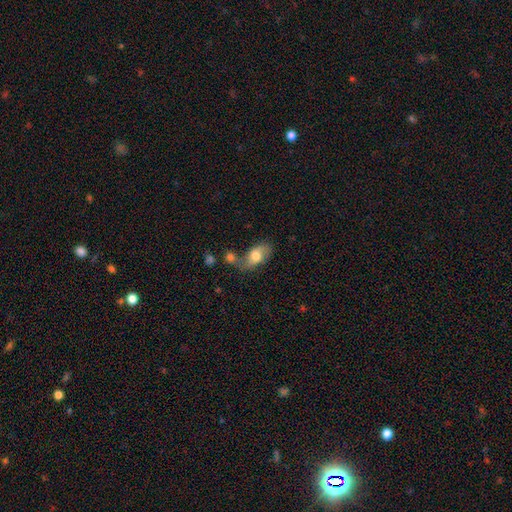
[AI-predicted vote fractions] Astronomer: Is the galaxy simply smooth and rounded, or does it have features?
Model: smooth — 58% (runner-up: featured or disk, 34%).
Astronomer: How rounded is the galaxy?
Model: in between — 89%.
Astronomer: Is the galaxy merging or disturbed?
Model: none — 48%.